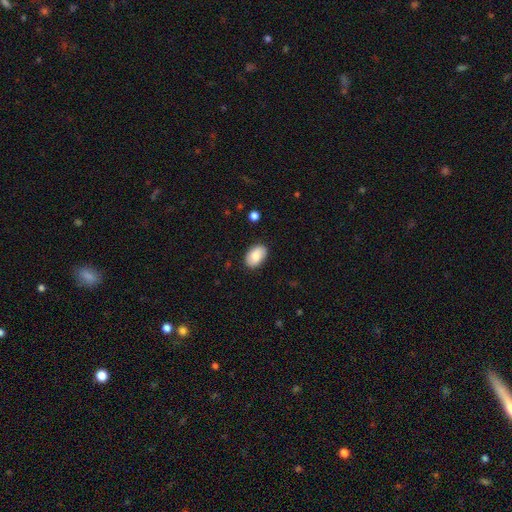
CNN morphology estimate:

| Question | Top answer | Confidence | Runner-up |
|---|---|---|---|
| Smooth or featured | smooth | 82% | featured or disk (11%) |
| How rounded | in between | 90% | round (9%) |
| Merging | none | 85% | minor disturbance (11%) |